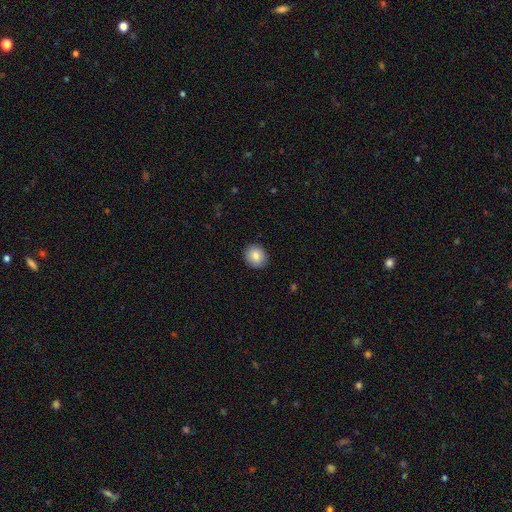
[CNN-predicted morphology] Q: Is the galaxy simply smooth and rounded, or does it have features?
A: smooth — 83%.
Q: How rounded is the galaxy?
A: round — 81%.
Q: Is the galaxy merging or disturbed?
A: none — 90%.